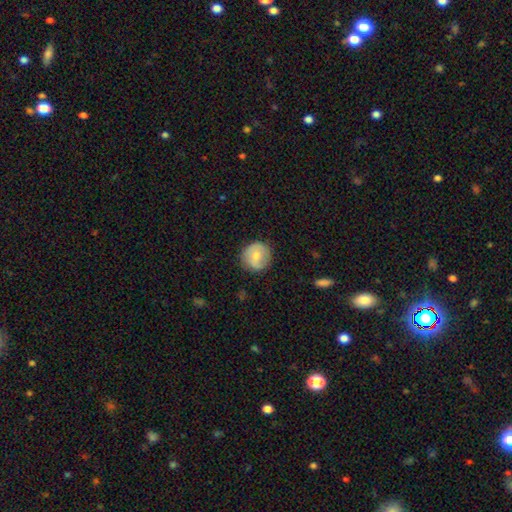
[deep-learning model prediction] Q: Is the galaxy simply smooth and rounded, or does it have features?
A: smooth — 65%.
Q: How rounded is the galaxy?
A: round — 91%.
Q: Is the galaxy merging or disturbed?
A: none — 80%.